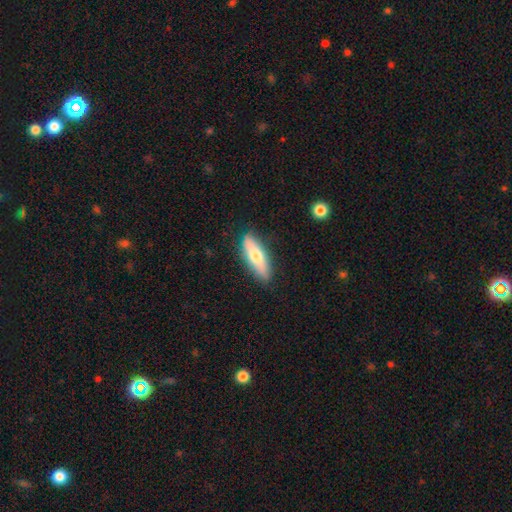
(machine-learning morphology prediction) A smooth galaxy with no disk features (66%) that is in between round and cigar-shaped (52%). Merging: none (84%).